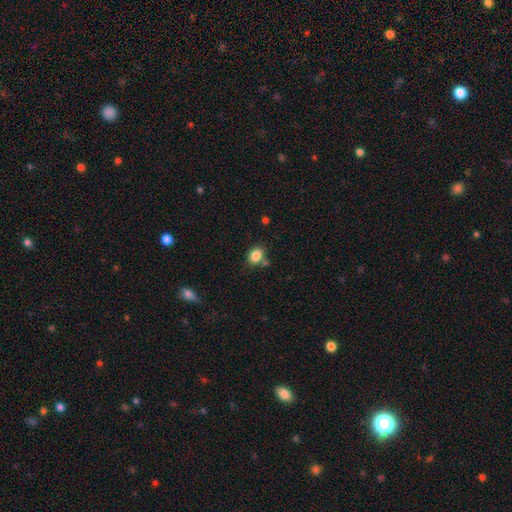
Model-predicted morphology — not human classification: This is clearly a smooth galaxy (84%). How rounded: possibly in between (60%). Merging: likely none (70%).